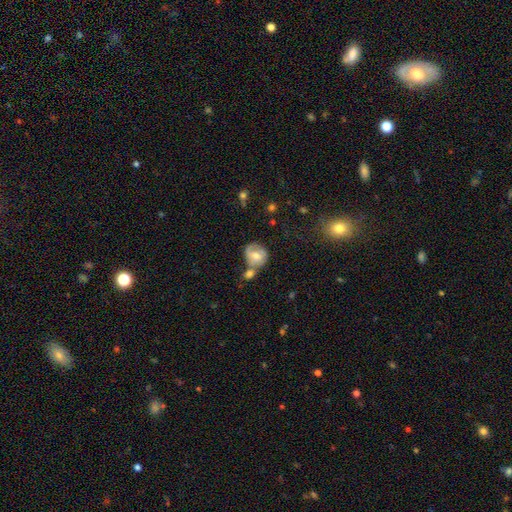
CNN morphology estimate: smooth_or_featured: smooth (p=0.49) [alt: featured or disk p=0.43]
merging: none (p=0.39) [alt: merger p=0.33]